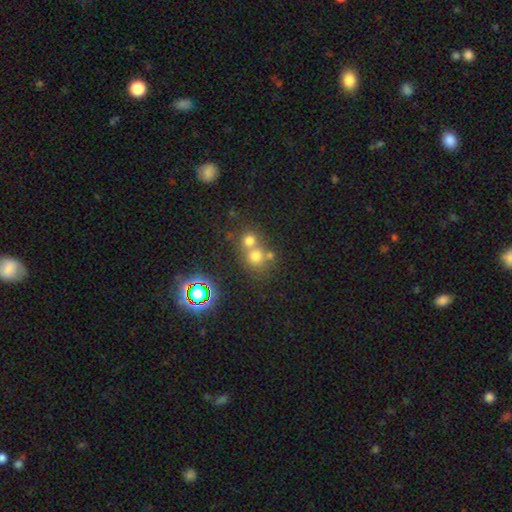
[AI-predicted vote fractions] Smooth or featured? Predicted: smooth (p=0.65). How rounded? Predicted: round (p=0.82). Merging? Predicted: merger (p=0.47).